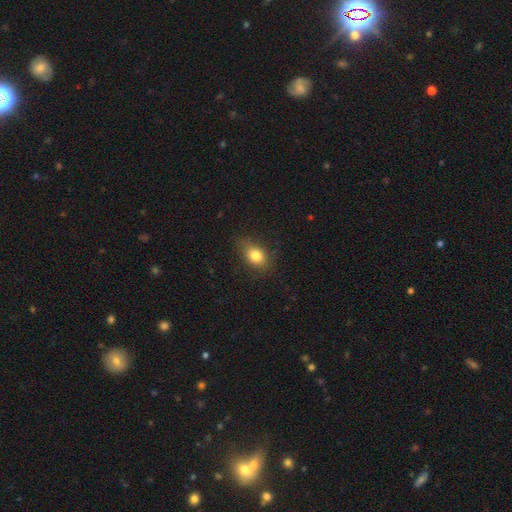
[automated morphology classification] This is clearly a smooth galaxy (81%). How rounded: likely in between (71%). Merging: likely none (76%).